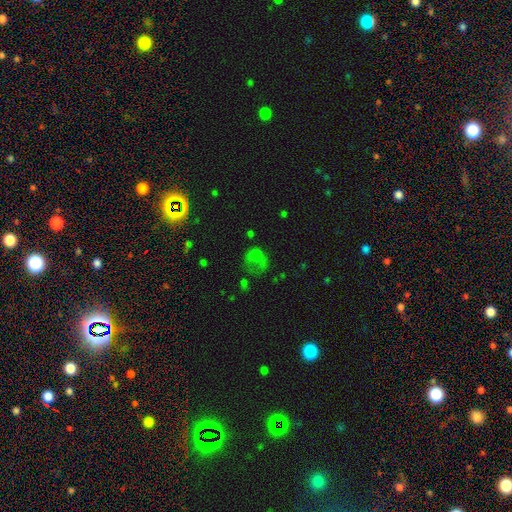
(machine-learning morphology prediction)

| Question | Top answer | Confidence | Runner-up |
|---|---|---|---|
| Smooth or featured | smooth | 58% | featured or disk (21%) |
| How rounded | round | 57% | in between (42%) |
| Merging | major disturbance | 45% | none (30%) |